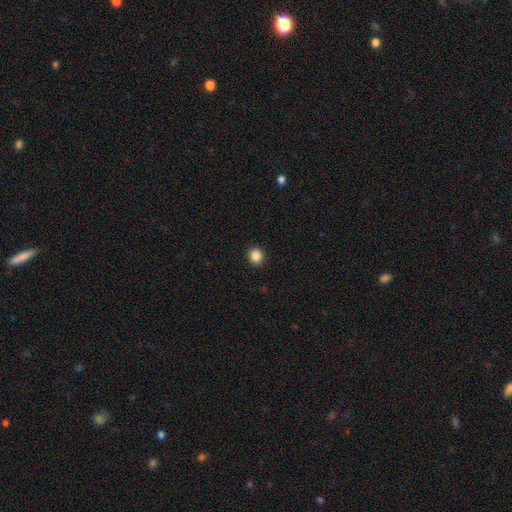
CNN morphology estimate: Smooth or featured?
  - smooth: 86% *
  - star or artifact: 11%
  - featured or disk: 3%
How rounded?
  - round: 86% *
  - in between: 13%
  - cigar-shaped: 1%
Merging?
  - none: 93% *
  - minor disturbance: 5%
  - major disturbance: 2%
  - merger: 1%